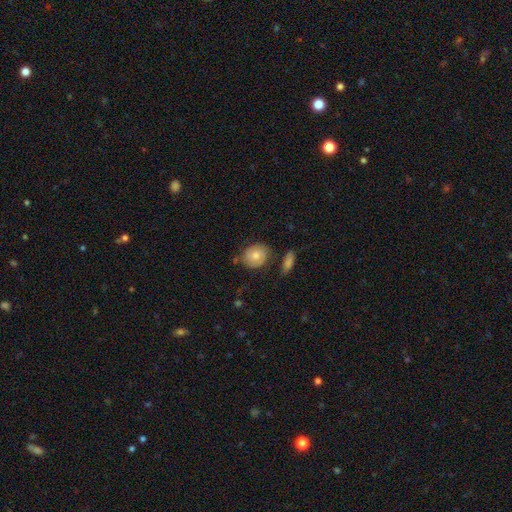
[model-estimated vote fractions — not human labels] smooth-or-featured: smooth: 58% | featured or disk: 34% | star or artifact: 8%
  how-rounded: round: 62% | in between: 36% | cigar-shaped: 1%
  merging: none: 69% | minor disturbance: 19% | major disturbance: 6% | merger: 6%